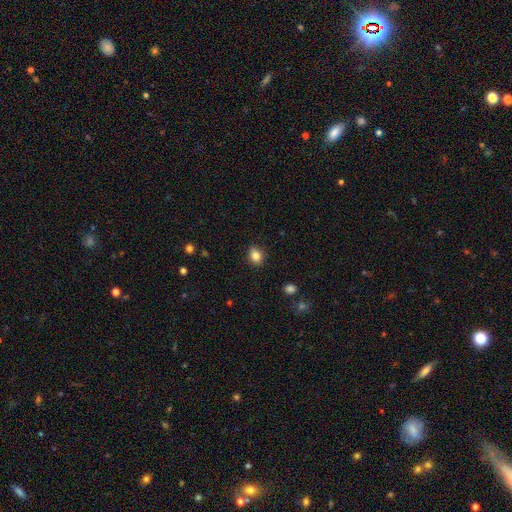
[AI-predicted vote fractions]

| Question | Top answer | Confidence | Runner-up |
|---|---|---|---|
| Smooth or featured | smooth | 83% | star or artifact (10%) |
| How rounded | round | 52% | in between (47%) |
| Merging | none | 86% | minor disturbance (11%) |